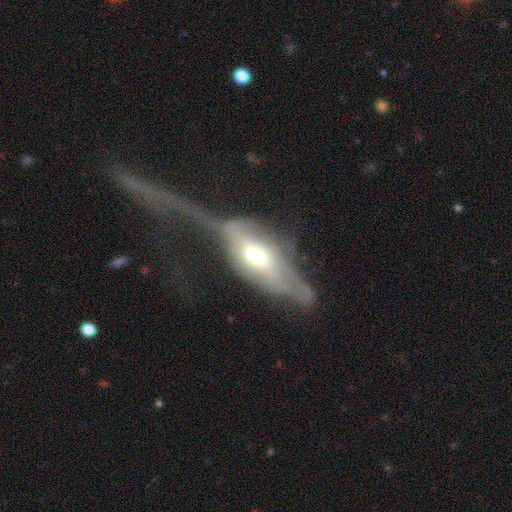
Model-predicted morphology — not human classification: Overall: featured or disk (58%; smooth 35%). Edge-on disk: no (65%; yes 35%). Merging: major disturbance (65%).